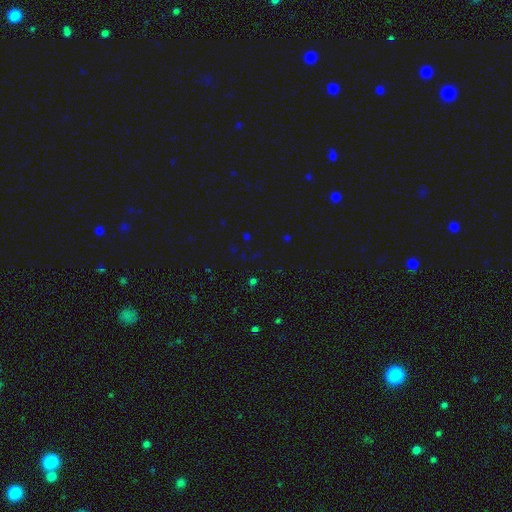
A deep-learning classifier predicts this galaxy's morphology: This is likely a star or artifact rather than a galaxy (62%).